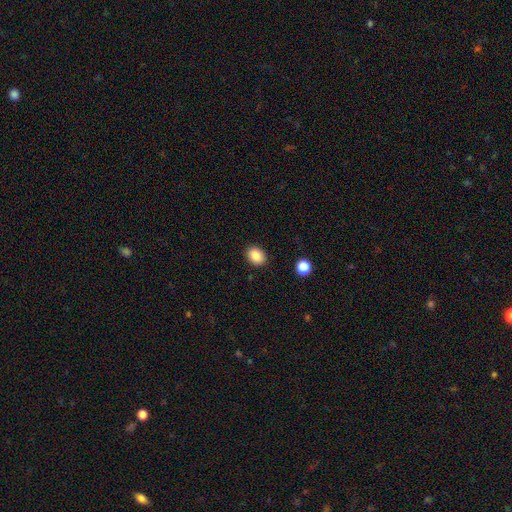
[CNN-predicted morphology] Smooth or featured?
  - smooth: 86% *
  - star or artifact: 9%
  - featured or disk: 5%
How rounded?
  - in between: 60% *
  - round: 39%
  - cigar-shaped: 1%
Merging?
  - none: 88% *
  - minor disturbance: 8%
  - major disturbance: 2%
  - merger: 2%